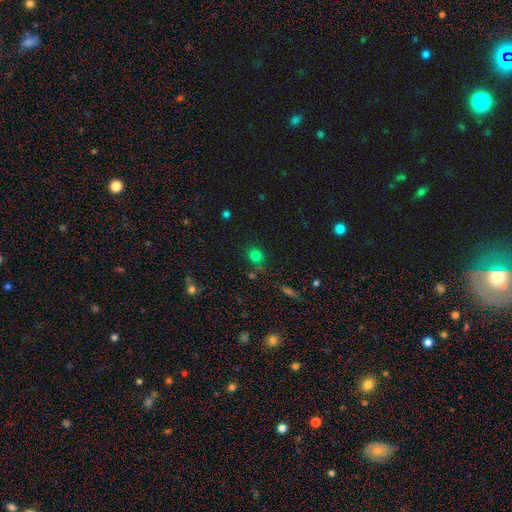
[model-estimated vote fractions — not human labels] A smooth galaxy with no disk features (75%) that is round (78%).

Vote fractions:
- Smooth or featured? smooth: 75% / star or artifact: 19% / featured or disk: 6%
- How rounded? round: 78% / in between: 21% / cigar-shaped: 1%
- Merging? none: 76% / minor disturbance: 12% / merger: 8% / major disturbance: 4%